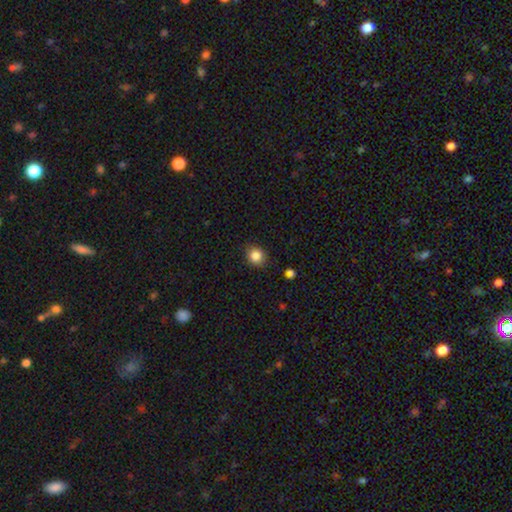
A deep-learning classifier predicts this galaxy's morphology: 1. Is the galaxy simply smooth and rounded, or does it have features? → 85% smooth, 10% star or artifact, 4% featured or disk.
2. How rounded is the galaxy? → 78% round, 21% in between, 1% cigar-shaped.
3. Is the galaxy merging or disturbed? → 86% none, 10% minor disturbance, 2% major disturbance, 1% merger.